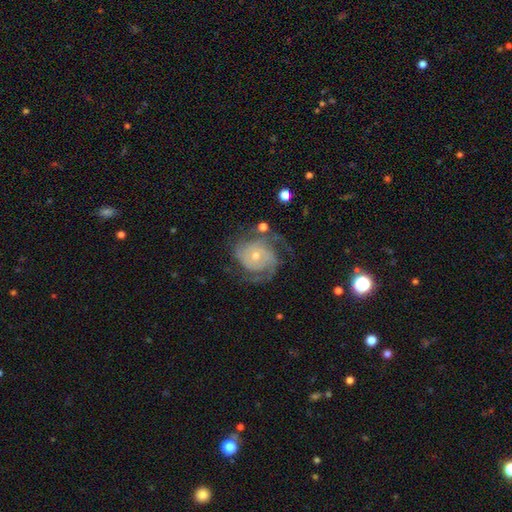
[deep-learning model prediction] A featured or disk galaxy (87%) with no bar (75%), 2 (47%) tight (53%) spiral arms (96%) and a small central bulge (58%). Merging: none (61%).